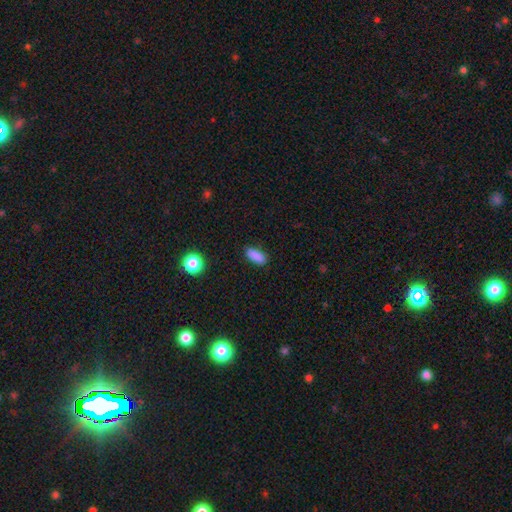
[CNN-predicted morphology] Smooth or featured: smooth — 87% (star or artifact — 9%)
How rounded: in between — 76% (cigar-shaped — 21%)
Merging: none — 86% (minor disturbance — 10%)